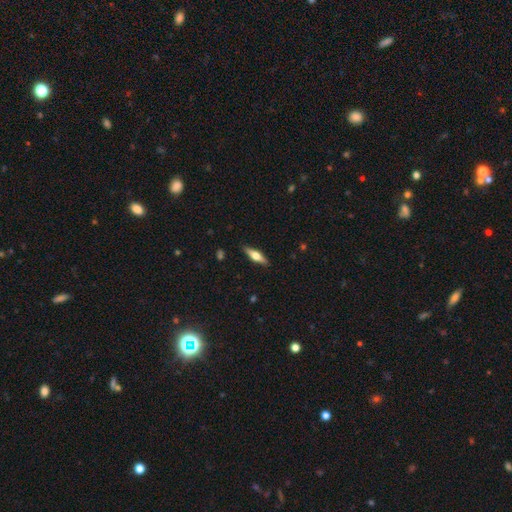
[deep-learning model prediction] Smooth or featured? featured or disk (58%)
Edge-on disk? yes (95%)
Edge-on bulge? rounded (94%)
Merging? none (89%)